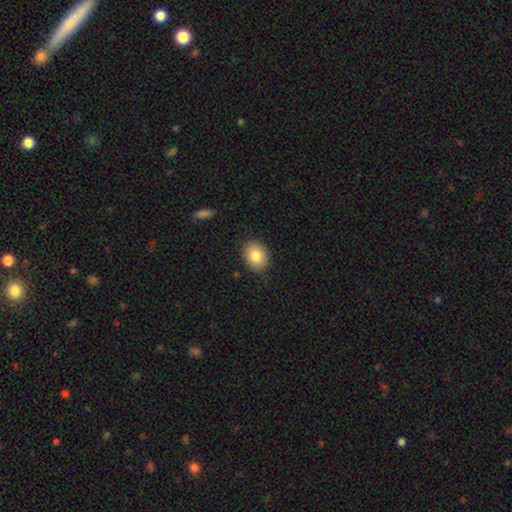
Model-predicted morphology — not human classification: A smooth galaxy with no disk features (82%) that is in between round and cigar-shaped (54%). Merging: none (86%).